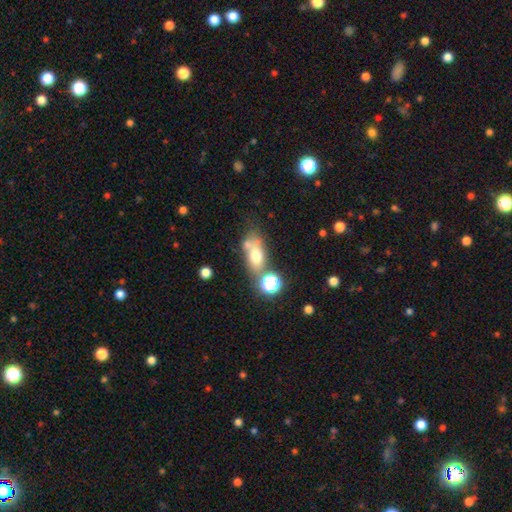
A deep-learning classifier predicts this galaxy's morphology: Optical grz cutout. It shows a smooth galaxy with no disk features (63%) that is in between round and cigar-shaped (74%). Merging: none (47%).